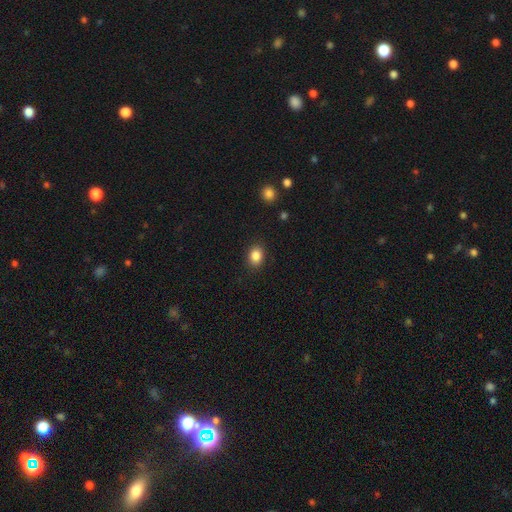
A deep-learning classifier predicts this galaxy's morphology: The model was most divided on "how rounded": in between: 54%, round: 45%, cigar-shaped: 1%. More confident: merging — none (88%); smooth or featured — smooth (86%).